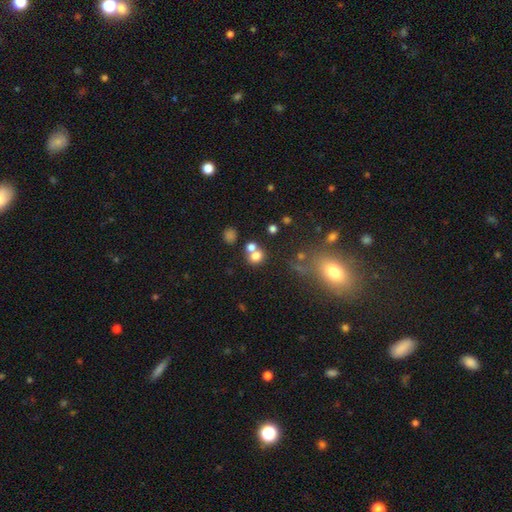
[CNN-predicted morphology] smooth 72%, star or artifact 16%, featured or disk 11%. Down the decision tree: how rounded — round (68%); merging — none (47%).